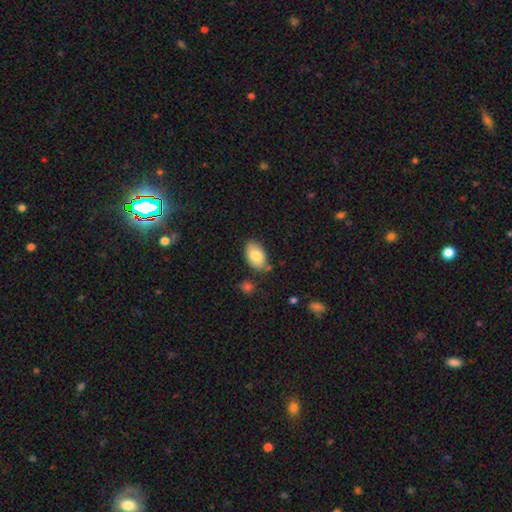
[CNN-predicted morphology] A smooth galaxy with no disk features (82%) that is in between round and cigar-shaped (92%). Merging: none (74%).